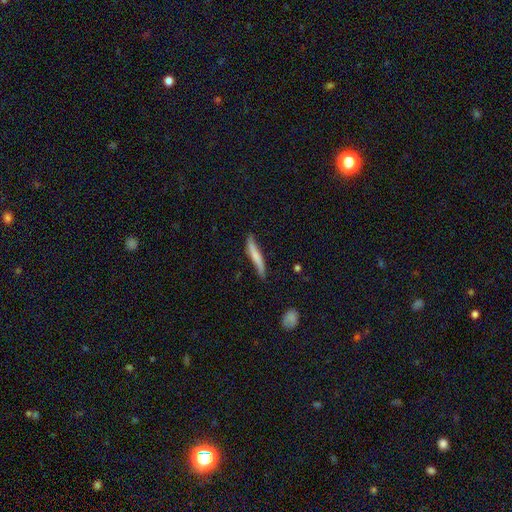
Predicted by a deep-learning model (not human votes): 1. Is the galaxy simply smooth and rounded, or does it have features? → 61% smooth, 33% featured or disk, 5% star or artifact.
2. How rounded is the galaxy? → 93% cigar-shaped, 6% in between, 1% round.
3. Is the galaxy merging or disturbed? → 69% none, 24% minor disturbance, 5% major disturbance, 2% merger.